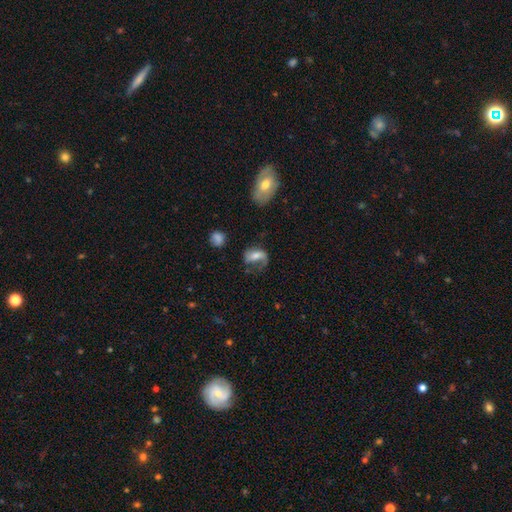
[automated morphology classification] smooth_or_featured: featured or disk (p=0.53) [alt: smooth p=0.38]
disk_edge_on: no (p=0.95) [alt: yes p=0.05]
bar: weak (p=0.39) [alt: no p=0.36]
has_spiral_arms: yes (p=0.80) [alt: no p=0.20]
bulge_size: moderate (p=0.47) [alt: small p=0.29]
merging: none (p=0.39) [alt: major disturbance p=0.34]